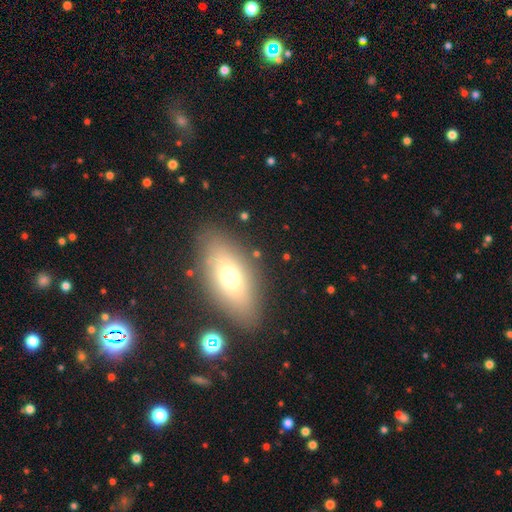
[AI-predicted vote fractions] This is likely a smooth galaxy (63%). How rounded: likely in between (77%). Merging: clearly none (83%).